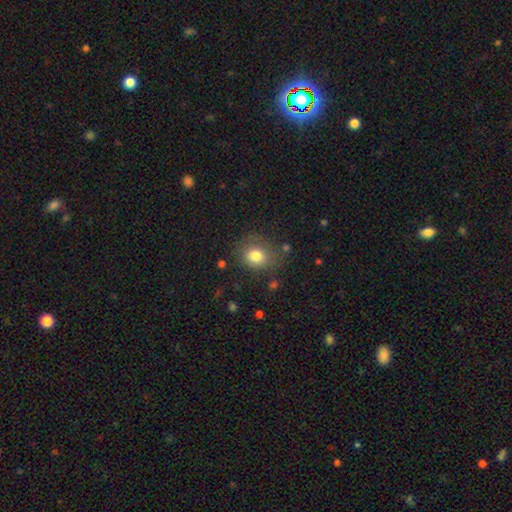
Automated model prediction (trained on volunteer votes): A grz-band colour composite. It shows a smooth galaxy with no disk features (80%) that is round (71%). Merging: none (70%).